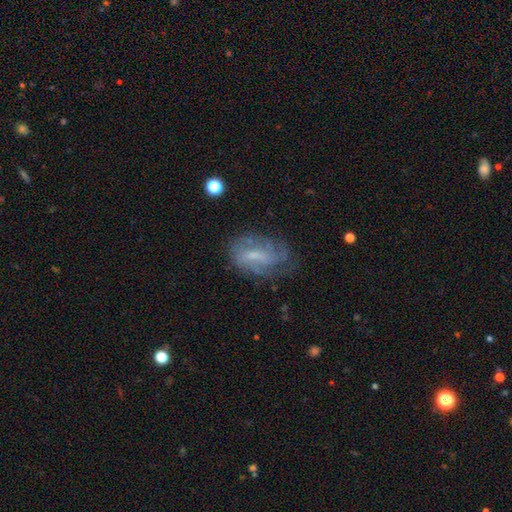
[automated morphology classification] The model was most divided on "bulge size": small: 44%, none: 29%, moderate: 24%, large: 3%, dominant: 1%. More confident: edge-on disk — no (95%); spiral arms — yes (75%); smooth or featured — featured or disk (61%); merging — none (58%); bar — weak (50%).